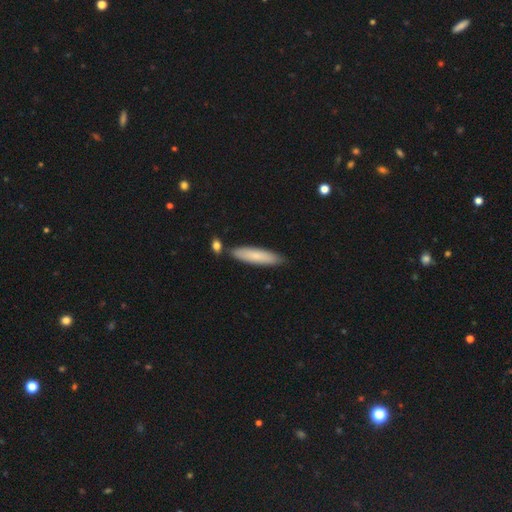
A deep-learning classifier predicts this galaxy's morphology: The model was most divided on "how rounded": cigar-shaped: 78%, in between: 21%, round: 1%. More confident: merging — none (82%); smooth or featured — smooth (79%).